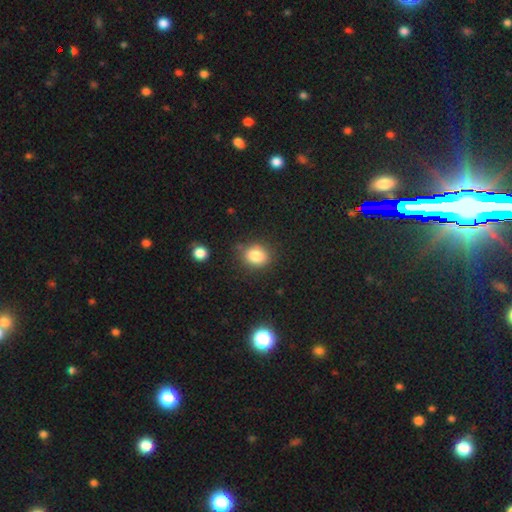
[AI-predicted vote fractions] smooth-or-featured: smooth: 83% | star or artifact: 11% | featured or disk: 6%
  how-rounded: round: 60% | in between: 39% | cigar-shaped: 1%
  merging: none: 79% | minor disturbance: 14% | merger: 4% | major disturbance: 4%